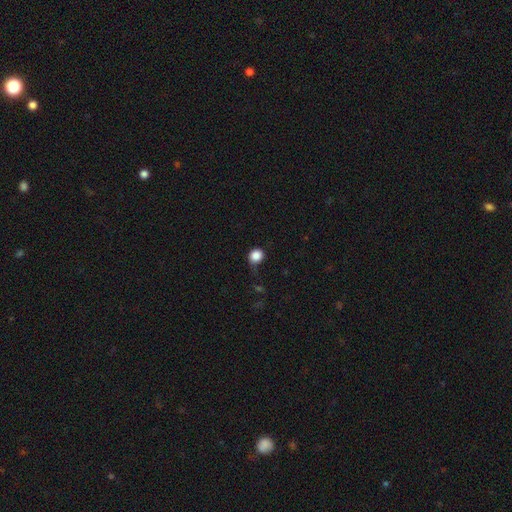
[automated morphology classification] Q: Smooth or featured?
A: smooth (86%); runner-up: star or artifact (10%)
Q: How rounded?
A: round (82%); runner-up: in between (17%)
Q: Merging?
A: none (65%); runner-up: minor disturbance (24%)